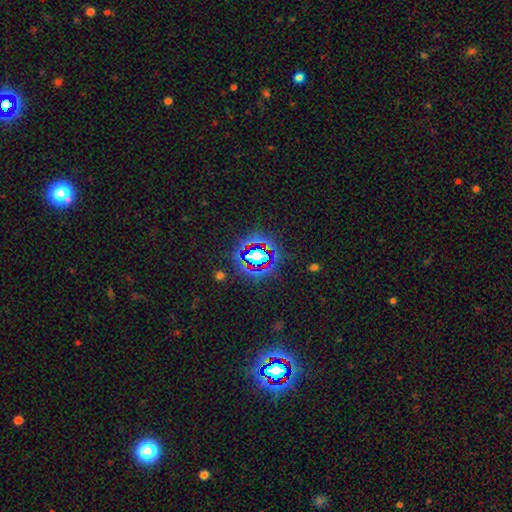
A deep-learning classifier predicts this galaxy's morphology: Q: Smooth or featured?
A: star or artifact (69%); runner-up: smooth (20%)